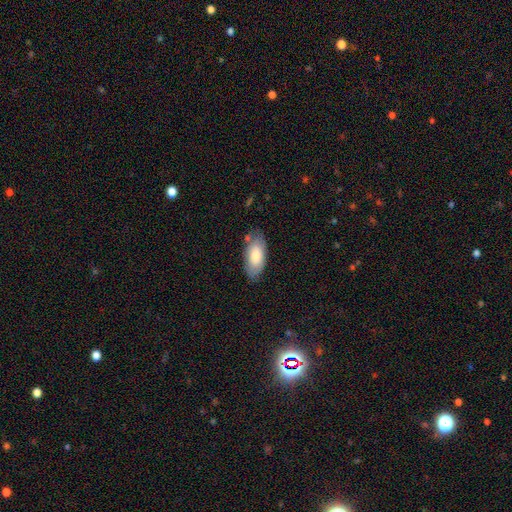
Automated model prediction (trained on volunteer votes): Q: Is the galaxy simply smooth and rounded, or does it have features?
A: smooth — 79%.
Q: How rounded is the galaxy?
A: in between — 91%.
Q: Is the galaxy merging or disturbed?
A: none — 75%.